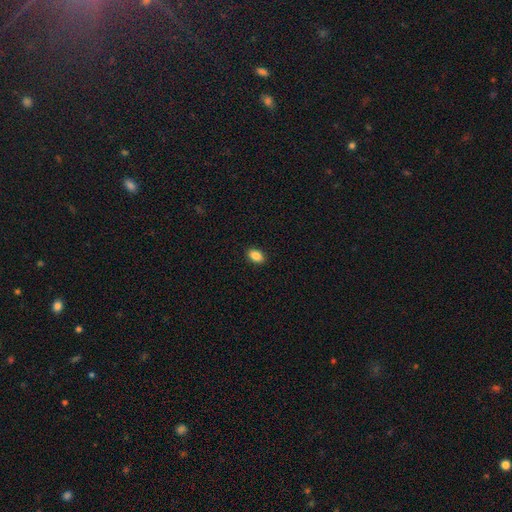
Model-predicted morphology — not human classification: A smooth galaxy with no disk features (88%) that is in between round and cigar-shaped (87%). Merging: none (90%).